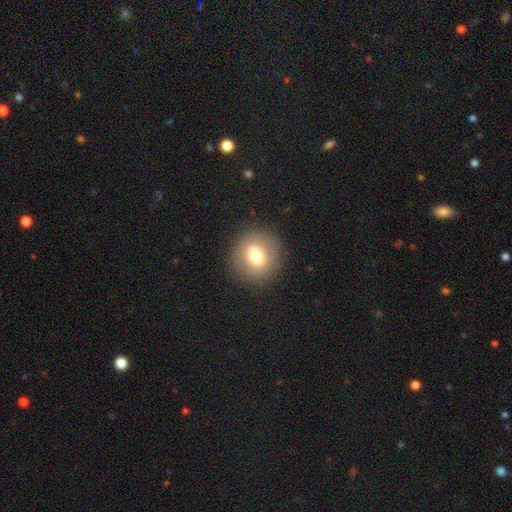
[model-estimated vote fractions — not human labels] A smooth galaxy with no disk features (73%) that is round (85%). Merging: none (89%).